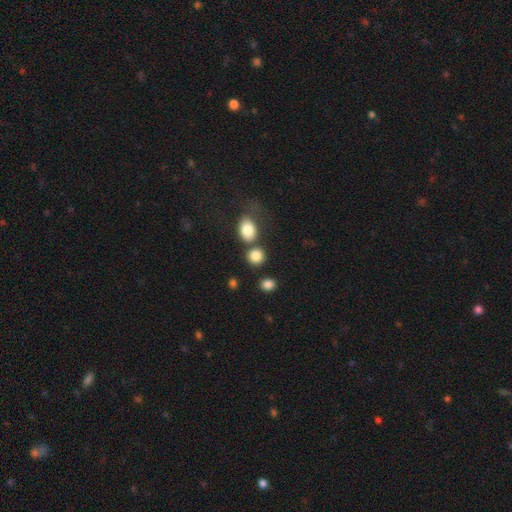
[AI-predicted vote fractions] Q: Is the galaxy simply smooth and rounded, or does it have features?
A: smooth — 85%.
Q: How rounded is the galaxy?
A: round — 76%.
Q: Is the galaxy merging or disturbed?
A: none — 64%.